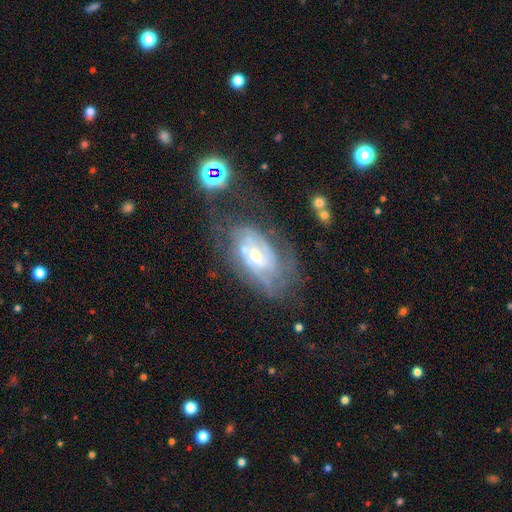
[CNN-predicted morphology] This appears to be a featured or disk galaxy (79%) with no bar (56%), tight (61%) spiral arms (87%) and a moderate central bulge (48%). Merging: none (51%).